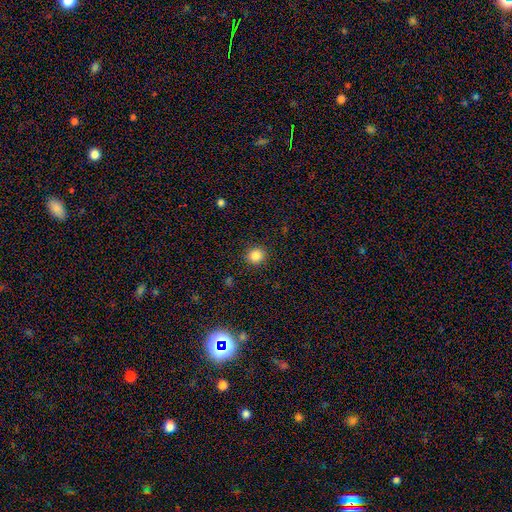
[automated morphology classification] Smooth or featured? Predicted: smooth (p=0.85). How rounded? Predicted: round (p=0.89). Merging? Predicted: none (p=0.91).